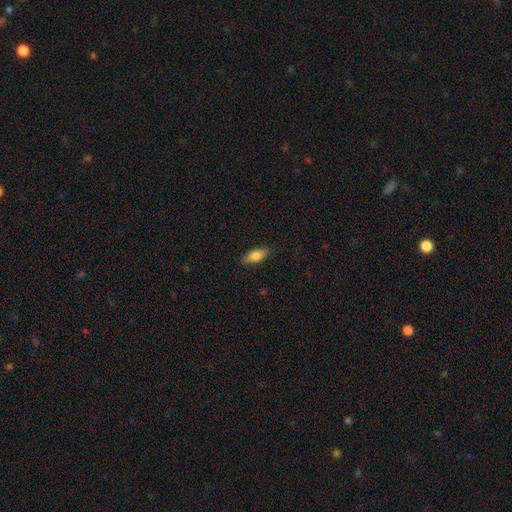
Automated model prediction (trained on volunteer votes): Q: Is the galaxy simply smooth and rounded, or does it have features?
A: smooth — 79%.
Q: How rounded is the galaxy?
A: in between — 74%.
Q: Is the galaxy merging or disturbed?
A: none — 85%.